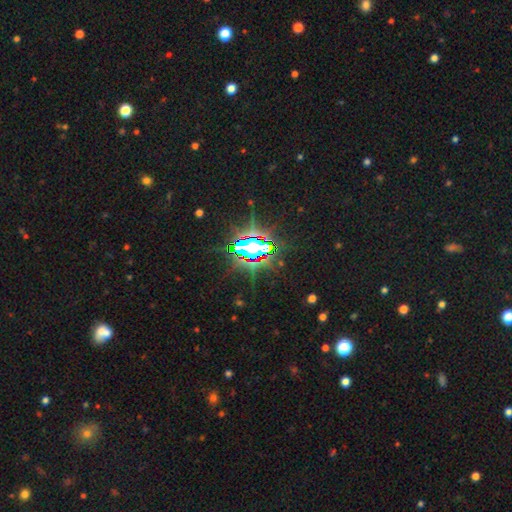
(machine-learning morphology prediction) smooth-or-featured: star or artifact: 82% | smooth: 9% | featured or disk: 8%